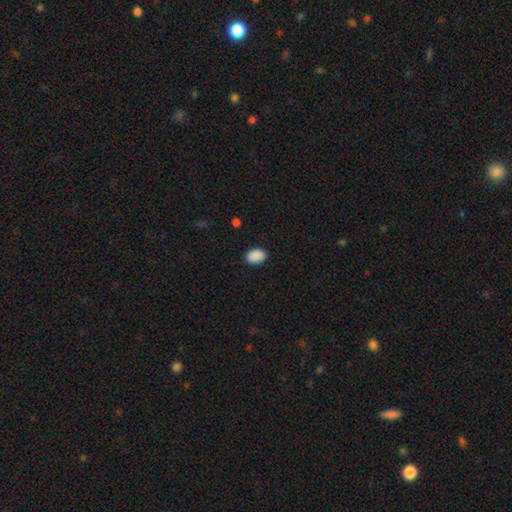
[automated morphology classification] This appears to be a smooth galaxy with no disk features (90%) that is in between round and cigar-shaped (85%). Merging: none (86%).